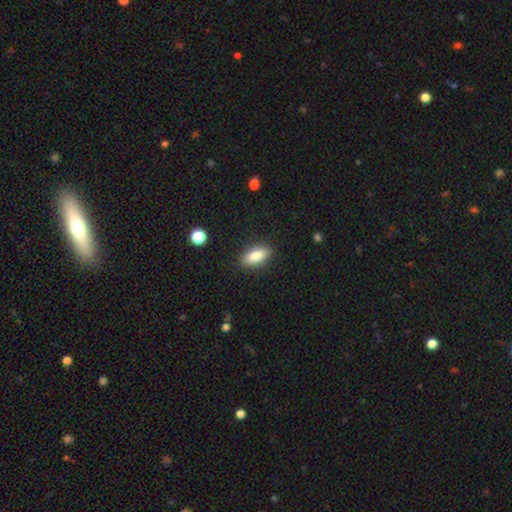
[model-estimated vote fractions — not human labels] Q: Smooth or featured?
A: smooth (83%); runner-up: featured or disk (10%)
Q: How rounded?
A: in between (84%); runner-up: cigar-shaped (13%)
Q: Merging?
A: none (87%); runner-up: minor disturbance (9%)